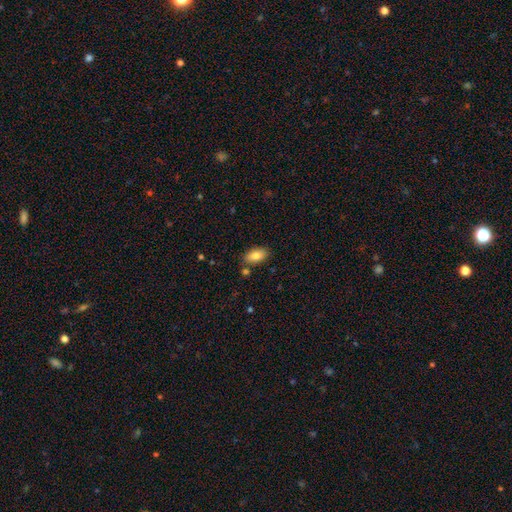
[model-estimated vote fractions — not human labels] A smooth galaxy with no disk features (84%) that is in between round and cigar-shaped (93%).

Vote fractions:
- Smooth or featured? smooth: 84% / featured or disk: 9% / star or artifact: 7%
- How rounded? in between: 93% / cigar-shaped: 4% / round: 4%
- Merging? none: 80% / minor disturbance: 12% / merger: 6% / major disturbance: 3%